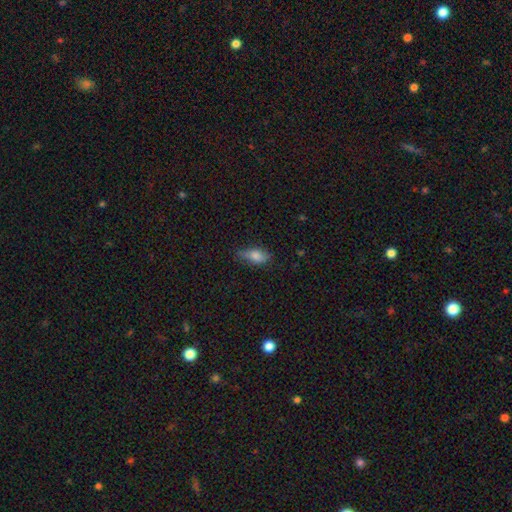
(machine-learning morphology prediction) A smooth galaxy with no disk features (72%) that is in between round and cigar-shaped (78%).

Vote fractions:
- Smooth or featured? smooth: 72% / featured or disk: 20% / star or artifact: 9%
- How rounded? in between: 78% / cigar-shaped: 18% / round: 5%
- Merging? none: 65% / minor disturbance: 27% / major disturbance: 6% / merger: 2%